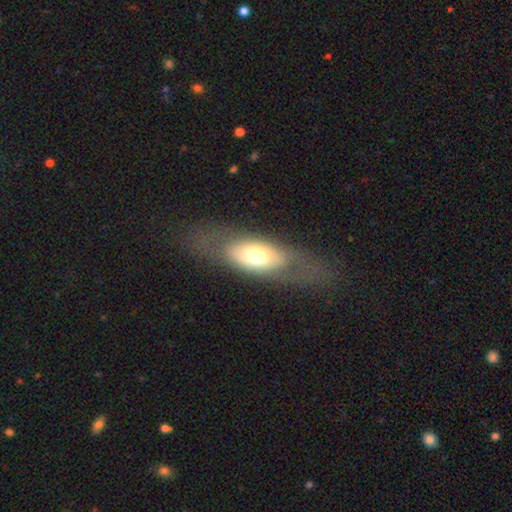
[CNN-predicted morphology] A smooth galaxy with no disk features (51%) that is in between round and cigar-shaped (78%).

Vote fractions:
- Smooth or featured? smooth: 51% / featured or disk: 42% / star or artifact: 7%
- How rounded? in between: 78% / cigar-shaped: 17% / round: 5%
- Merging? none: 66% / minor disturbance: 18% / major disturbance: 15% / merger: 1%